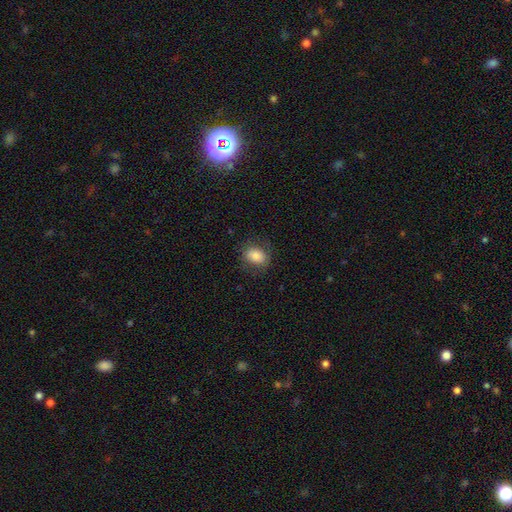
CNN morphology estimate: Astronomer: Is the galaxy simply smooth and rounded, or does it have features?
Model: smooth — 82%.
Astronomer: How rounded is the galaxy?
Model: in between — 64%.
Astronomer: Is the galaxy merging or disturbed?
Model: none — 79%.